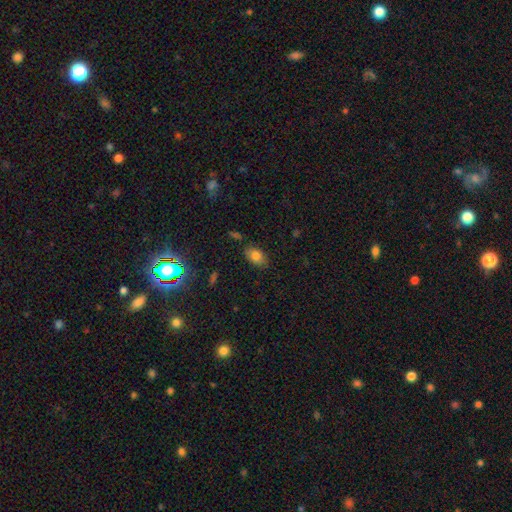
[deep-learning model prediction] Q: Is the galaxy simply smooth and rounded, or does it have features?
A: smooth — 78%.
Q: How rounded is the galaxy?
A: in between — 88%.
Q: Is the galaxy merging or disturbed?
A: none — 81%.